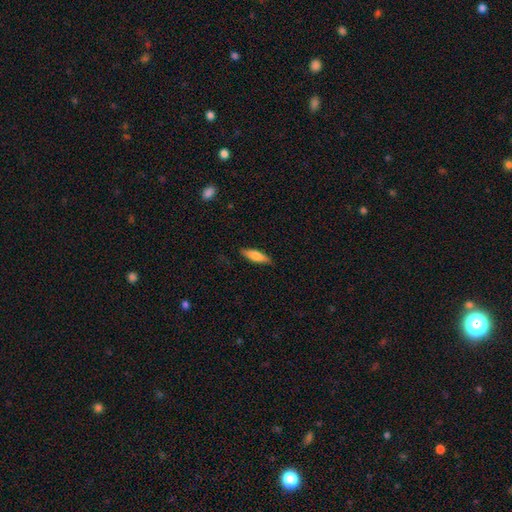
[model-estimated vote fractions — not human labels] Smooth or featured? Predicted: smooth (p=0.70). How rounded? Predicted: cigar-shaped (p=0.59). Merging? Predicted: none (p=0.86).